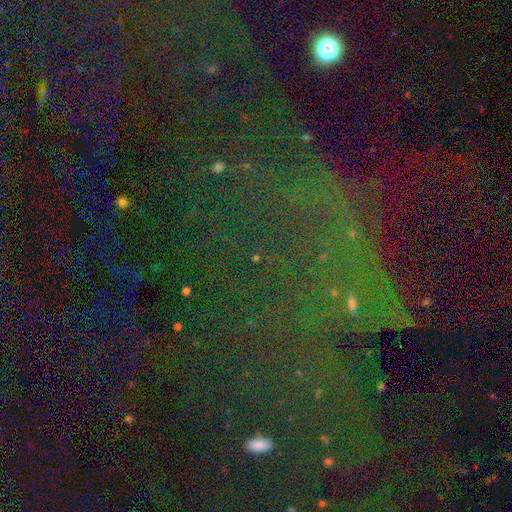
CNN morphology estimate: This appears to be a star or artifact, not a galaxy (80%).